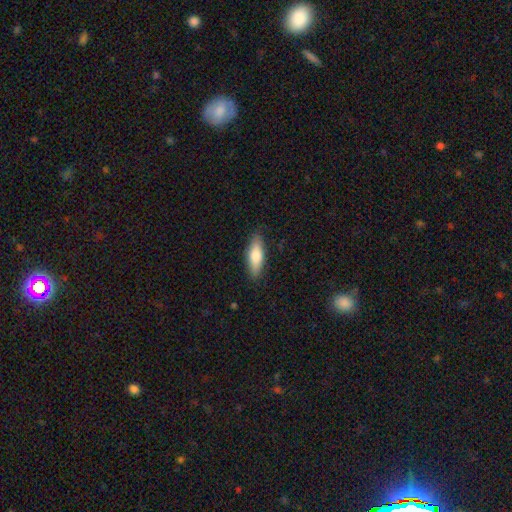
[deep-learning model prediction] This is likely a smooth galaxy (76%). How rounded: possibly in between (59%). Merging: clearly none (86%).